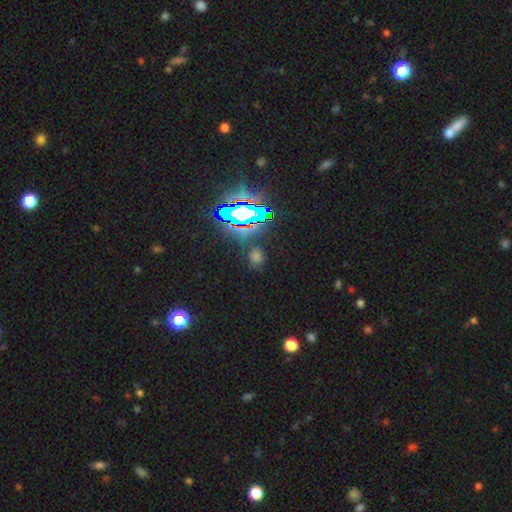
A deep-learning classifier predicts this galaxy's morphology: A star or artifact, not a galaxy (55%).